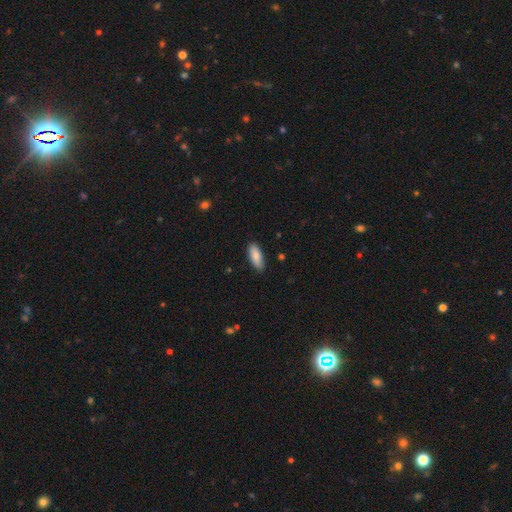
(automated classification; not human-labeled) smooth-or-featured: smooth: 84% | featured or disk: 10% | star or artifact: 6%
  how-rounded: in between: 77% | cigar-shaped: 22% | round: 2%
  merging: none: 86% | minor disturbance: 11% | major disturbance: 2% | merger: 1%